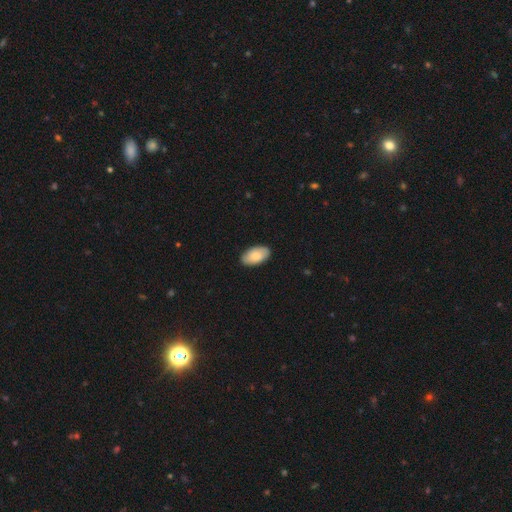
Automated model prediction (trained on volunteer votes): Smooth or featured? Predicted: smooth (p=0.81). How rounded? Predicted: in between (p=0.95). Merging? Predicted: none (p=0.88).